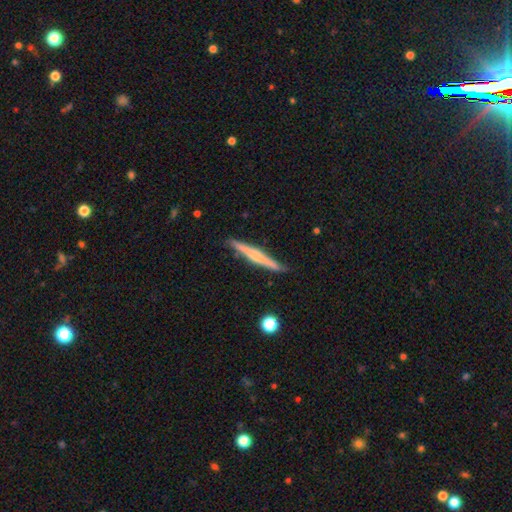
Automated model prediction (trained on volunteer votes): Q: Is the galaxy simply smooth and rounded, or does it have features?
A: featured or disk — 61%.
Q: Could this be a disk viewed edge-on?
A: yes — 98%.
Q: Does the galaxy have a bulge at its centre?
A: rounded — 60%.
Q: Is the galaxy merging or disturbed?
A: none — 87%.